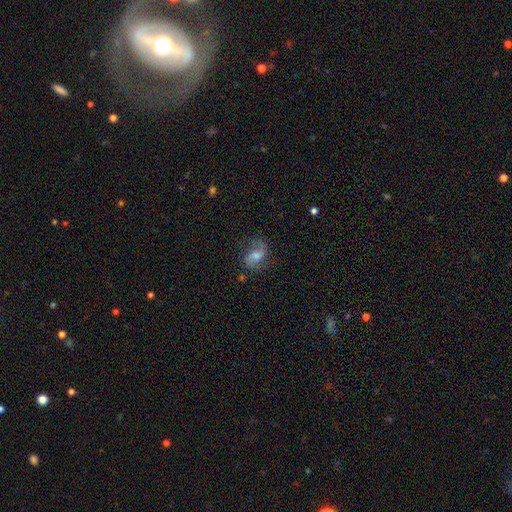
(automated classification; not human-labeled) This appears to be a featured or disk galaxy (61%) with no bar (43%, tied with weak), 2 (82%) loose (49%) spiral arms (91%) and a moderate central bulge (50%). Merging: none (67%).